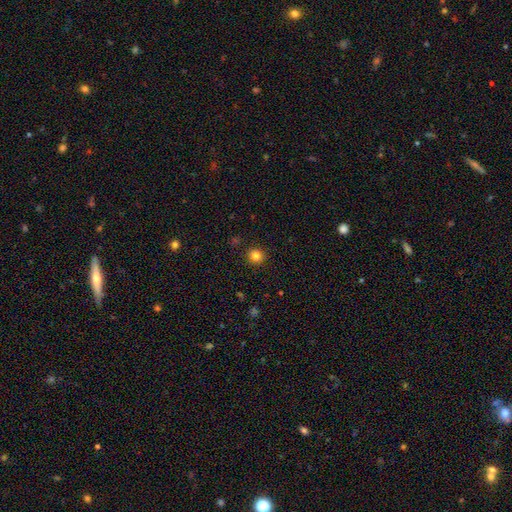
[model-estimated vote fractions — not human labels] This is clearly a smooth galaxy (82%). How rounded: clearly round (91%). Merging: clearly none (91%).